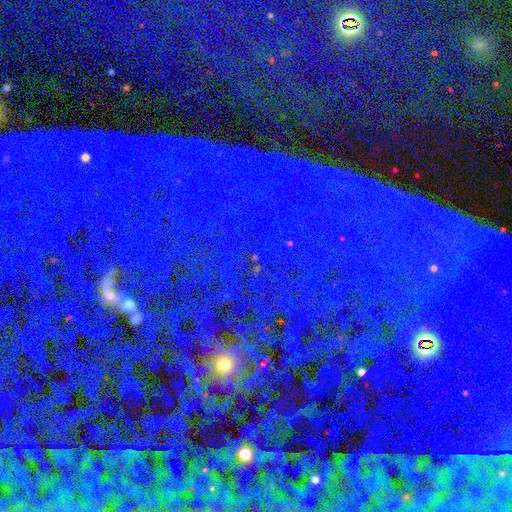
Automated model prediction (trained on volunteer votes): Overall: star or artifact (85%).